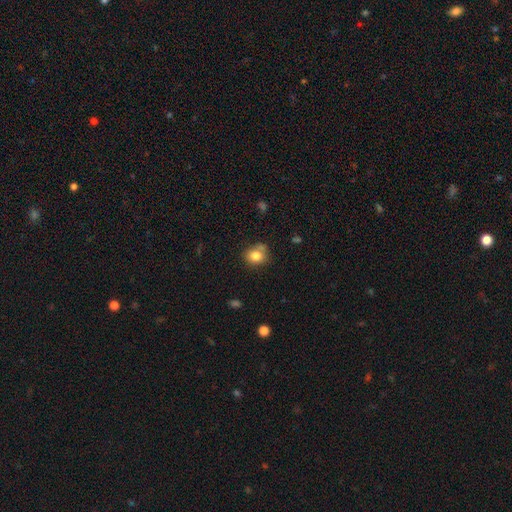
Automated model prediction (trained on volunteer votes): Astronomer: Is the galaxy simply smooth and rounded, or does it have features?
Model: smooth — 81%.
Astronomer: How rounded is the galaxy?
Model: round — 69%.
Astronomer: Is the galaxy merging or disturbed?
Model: none — 63%.